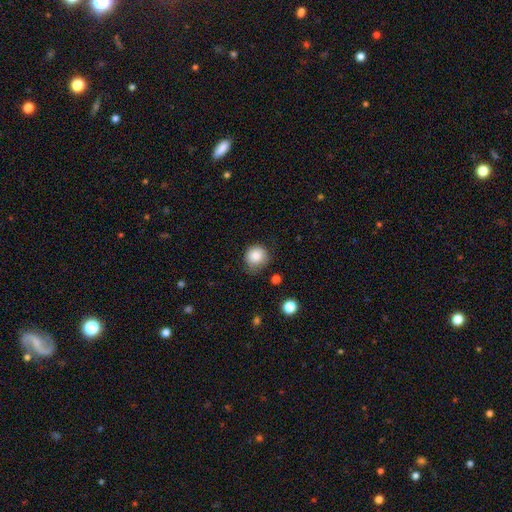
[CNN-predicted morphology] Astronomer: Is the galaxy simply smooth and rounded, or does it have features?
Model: smooth — 84%.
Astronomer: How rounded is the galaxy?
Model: round — 86%.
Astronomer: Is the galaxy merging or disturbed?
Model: none — 62%.